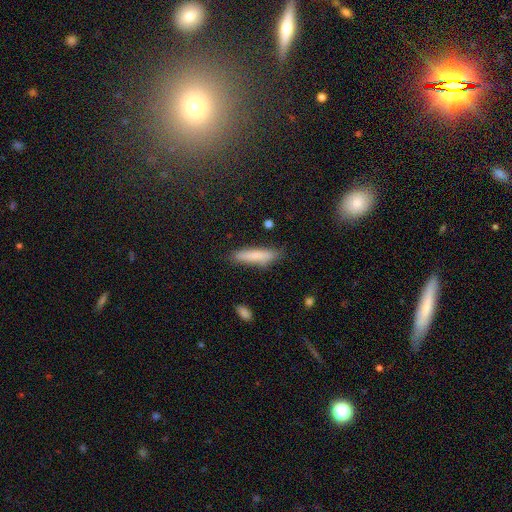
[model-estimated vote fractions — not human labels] Q: Smooth or featured?
A: smooth (80%); runner-up: featured or disk (14%)
Q: How rounded?
A: cigar-shaped (81%); runner-up: in between (17%)
Q: Merging?
A: none (80%); runner-up: minor disturbance (15%)